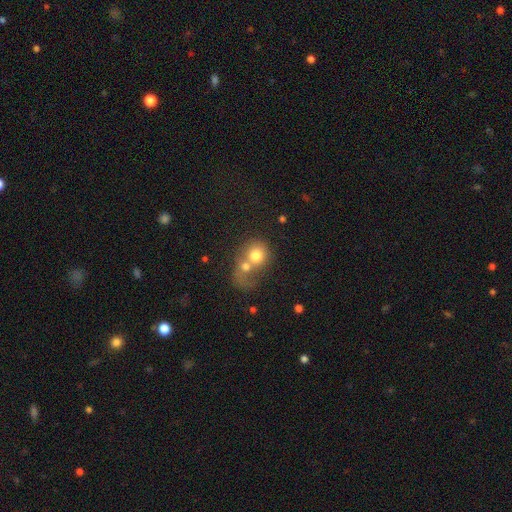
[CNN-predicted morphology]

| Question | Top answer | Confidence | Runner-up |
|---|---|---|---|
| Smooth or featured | smooth | 69% | featured or disk (22%) |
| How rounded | round | 74% | in between (25%) |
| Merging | merger | 72% | none (15%) |